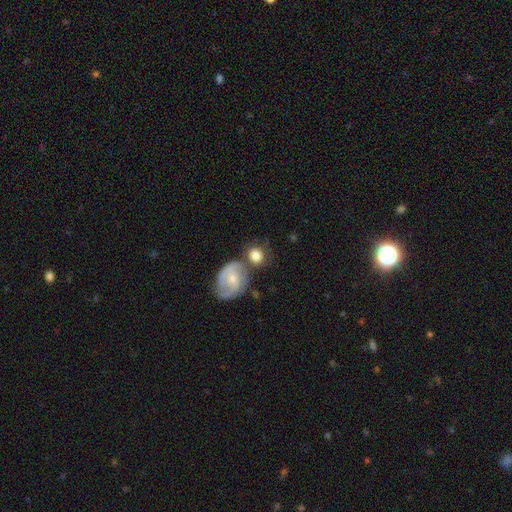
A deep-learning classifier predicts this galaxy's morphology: type=smooth (67%); roundness=round (72%); merging=none (49%).